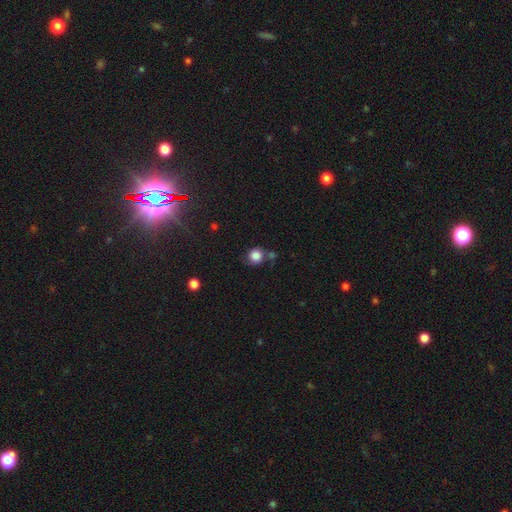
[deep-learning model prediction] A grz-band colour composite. It shows a smooth galaxy with no disk features (84%) that is round (88%). Merging: none (63%).